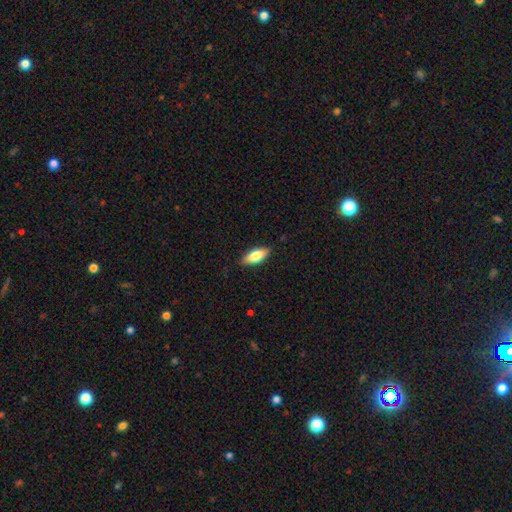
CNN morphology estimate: Smooth or featured? Predicted: smooth (p=0.76). How rounded? Predicted: in between (p=0.78). Merging? Predicted: none (p=0.86).